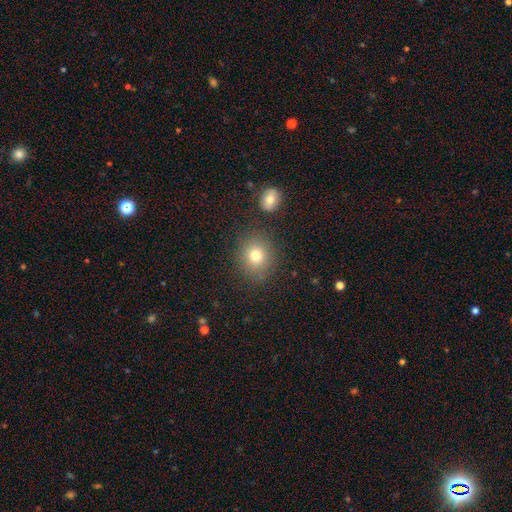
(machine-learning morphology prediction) A smooth galaxy with no disk features (78%) that is round (81%). Merging: none (83%).